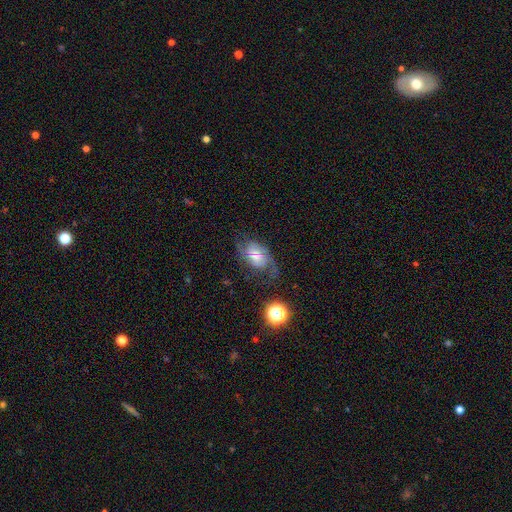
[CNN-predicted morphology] smooth_or_featured: featured or disk (p=0.67) [alt: smooth p=0.22]
disk_edge_on: no (p=0.96) [alt: yes p=0.04]
bar: no (p=0.59) [alt: weak p=0.34]
has_spiral_arms: yes (p=0.90) [alt: no p=0.10]
spiral_winding: medium (p=0.45) [alt: tight p=0.31]
spiral_arm_count: 2 (p=0.64) [alt: can't tell p=0.19]
bulge_size: moderate (p=0.51) [alt: small p=0.34]
merging: none (p=0.59) [alt: minor disturbance p=0.22]